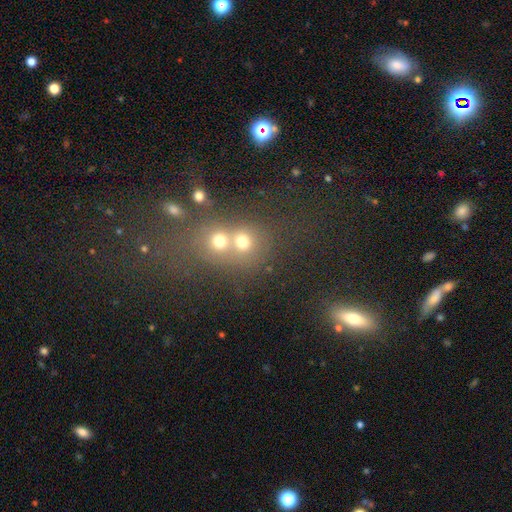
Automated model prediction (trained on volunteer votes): The model was most divided on "smooth or featured": smooth: 43%, star or artifact: 42%, featured or disk: 16%. Remaining: merging — none (43%).